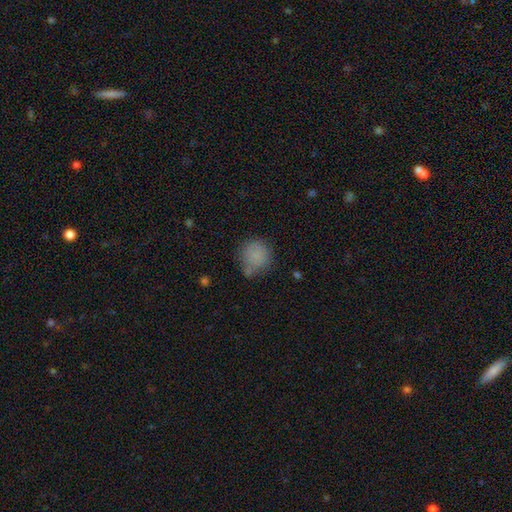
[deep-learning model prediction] This is clearly a smooth galaxy (83%). How rounded: clearly round (87%). Merging: likely none (64%).